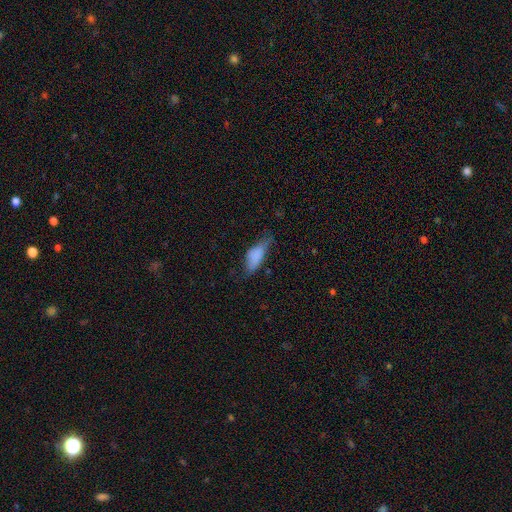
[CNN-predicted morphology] Smooth or featured? Predicted: smooth (p=0.77). How rounded? Predicted: in between (p=0.79). Merging? Predicted: minor disturbance (p=0.38).